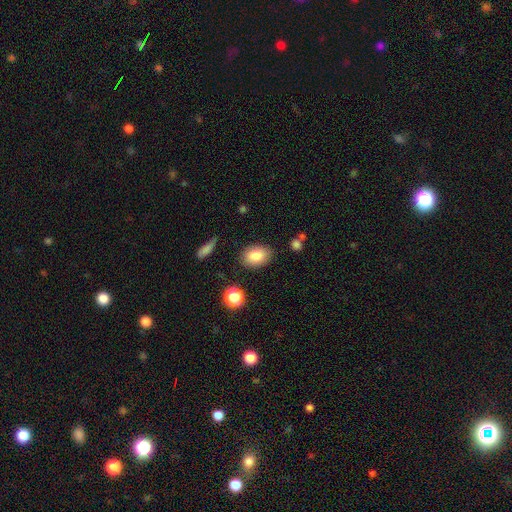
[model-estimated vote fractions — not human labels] Smooth or featured? smooth (83%)
How rounded? in between (81%)
Merging? none (84%)